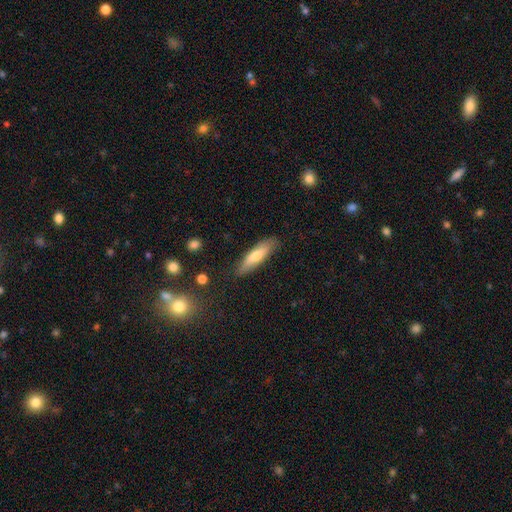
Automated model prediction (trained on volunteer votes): smooth_or_featured: smooth (p=0.65) [alt: featured or disk p=0.29]
how_rounded: cigar-shaped (p=0.73) [alt: in between p=0.25]
merging: none (p=0.82) [alt: minor disturbance p=0.13]